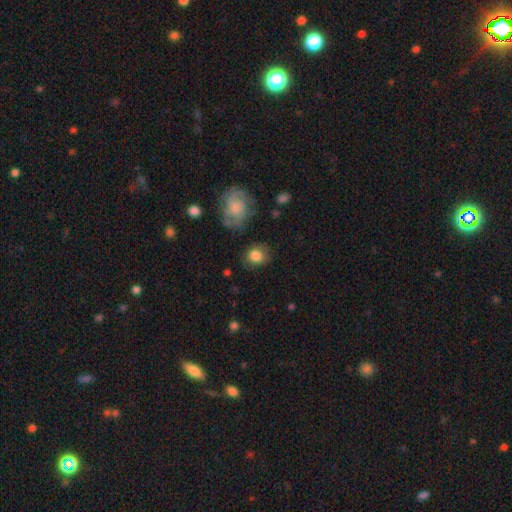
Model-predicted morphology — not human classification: This is clearly a smooth galaxy (80%). How rounded: likely round (75%). Merging: likely none (77%).